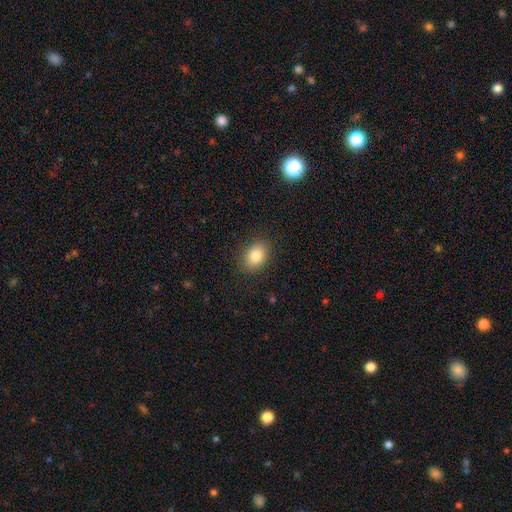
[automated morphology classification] A smooth galaxy with no disk features (84%) that is in between round and cigar-shaped (76%).

Vote fractions:
- Smooth or featured? smooth: 84% / star or artifact: 8% / featured or disk: 7%
- How rounded? in between: 76% / round: 23% / cigar-shaped: 1%
- Merging? none: 87% / minor disturbance: 9% / major disturbance: 3% / merger: 1%